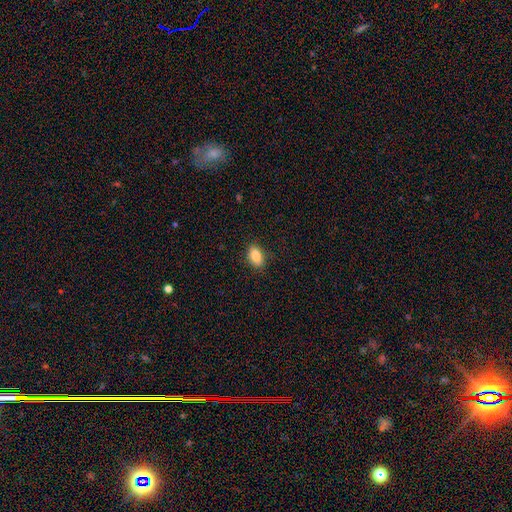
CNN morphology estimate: A smooth galaxy with no disk features (85%) that is in between round and cigar-shaped (88%). Merging: none (87%).